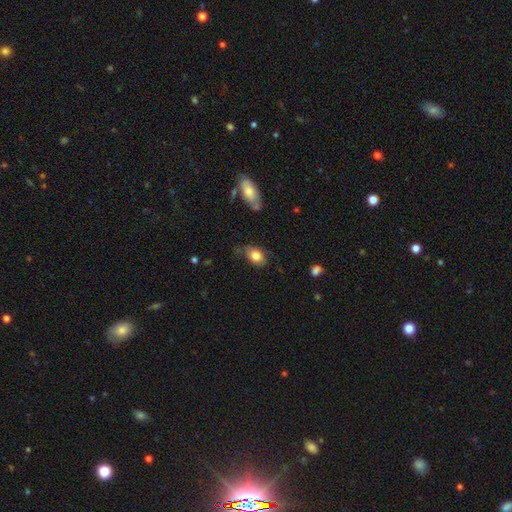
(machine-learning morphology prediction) smooth_or_featured: smooth (p=0.81) [alt: featured or disk p=0.11]
how_rounded: in between (p=0.82) [alt: round p=0.17]
merging: none (p=0.59) [alt: minor disturbance p=0.30]